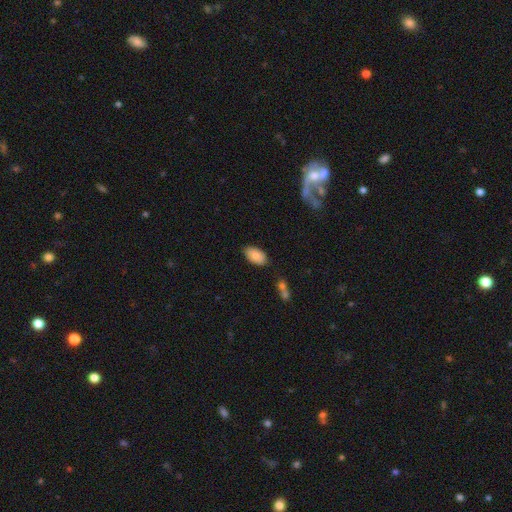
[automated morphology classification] This appears to be a smooth galaxy with no disk features (85%) that is in between round and cigar-shaped (95%). Merging: none (82%).